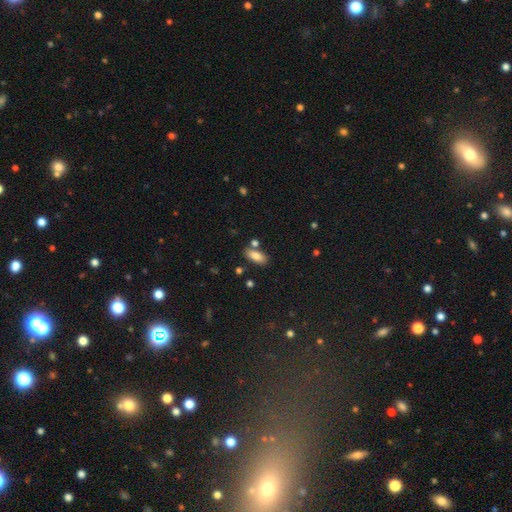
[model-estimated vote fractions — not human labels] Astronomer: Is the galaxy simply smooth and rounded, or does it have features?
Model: smooth — 82%.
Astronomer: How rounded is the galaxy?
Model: in between — 86%.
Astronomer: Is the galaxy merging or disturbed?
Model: none — 76%.